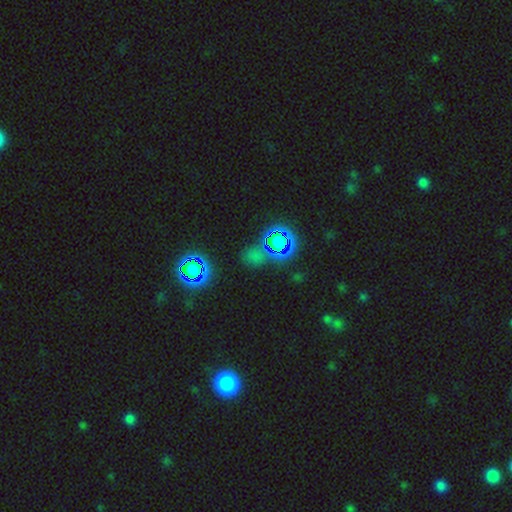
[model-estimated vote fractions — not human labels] smooth-or-featured: star or artifact: 64% | smooth: 26% | featured or disk: 10%